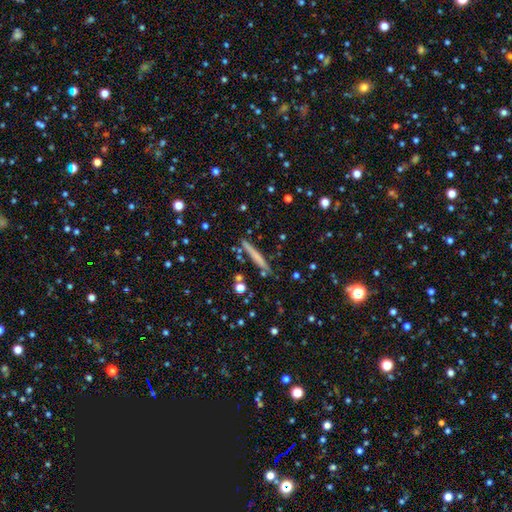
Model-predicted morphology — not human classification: Overall: smooth (57%; featured or disk 35%). How rounded: cigar-shaped (95%). Merging: none (85%).